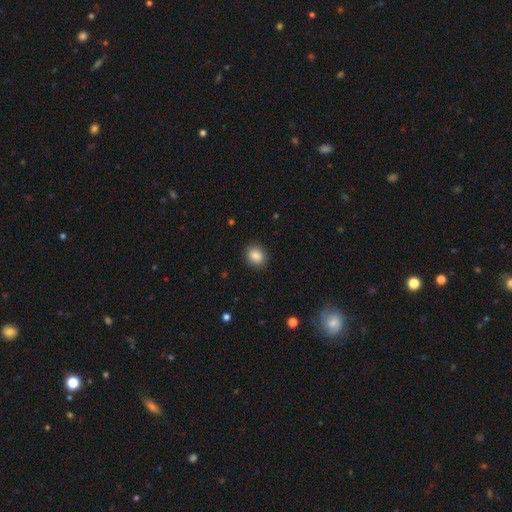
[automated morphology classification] smooth-or-featured: smooth: 87% | star or artifact: 9% | featured or disk: 4%
  how-rounded: round: 56% | in between: 43% | cigar-shaped: 1%
  merging: none: 90% | minor disturbance: 7% | major disturbance: 2% | merger: 1%